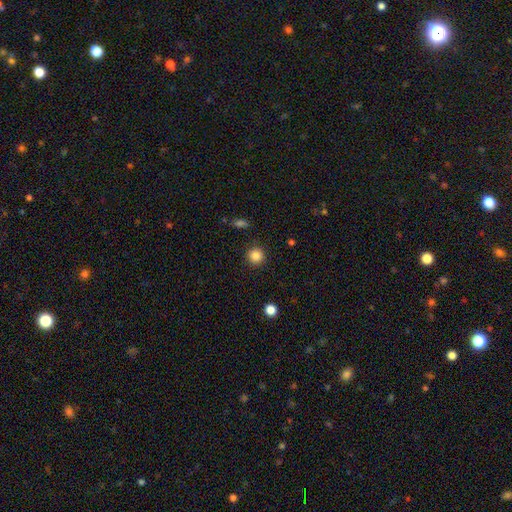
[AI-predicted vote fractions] Morphology: type=smooth (84%); roundness=round (94%); merging=none (90%).